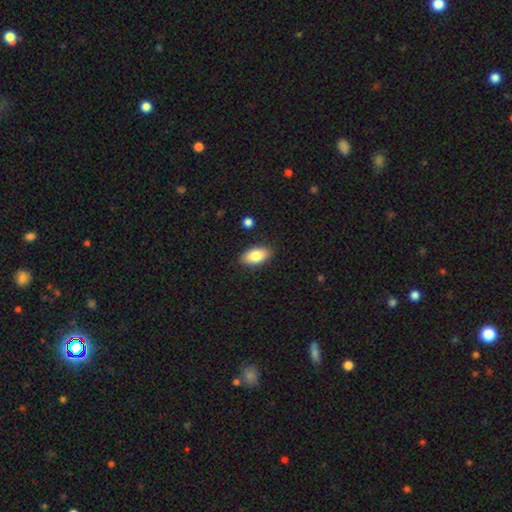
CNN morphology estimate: Overall: smooth (81%). How rounded: in between (91%). Merging: none (87%).